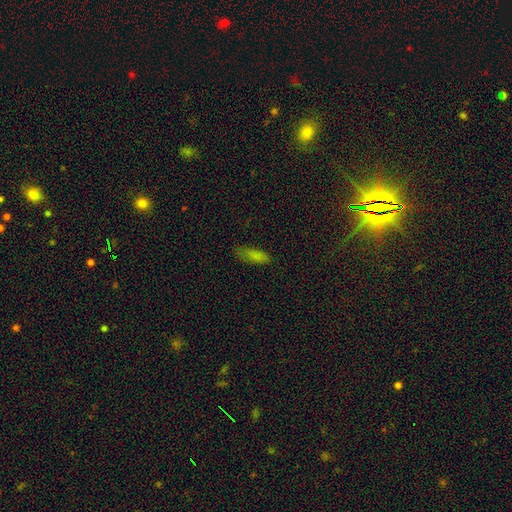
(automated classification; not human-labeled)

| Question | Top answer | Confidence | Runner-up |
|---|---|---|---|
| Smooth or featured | smooth | 79% | star or artifact (12%) |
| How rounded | in between | 66% | cigar-shaped (31%) |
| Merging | none | 70% | minor disturbance (23%) |